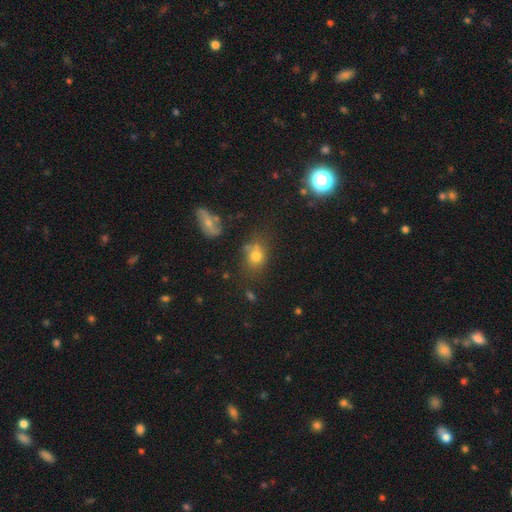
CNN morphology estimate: A smooth galaxy with no disk features (72%) that is round (51%).

Vote fractions:
- Smooth or featured? smooth: 72% / star or artifact: 16% / featured or disk: 12%
- How rounded? round: 51% / in between: 47% / cigar-shaped: 2%
- Merging? none: 61% / minor disturbance: 18% / merger: 15% / major disturbance: 7%